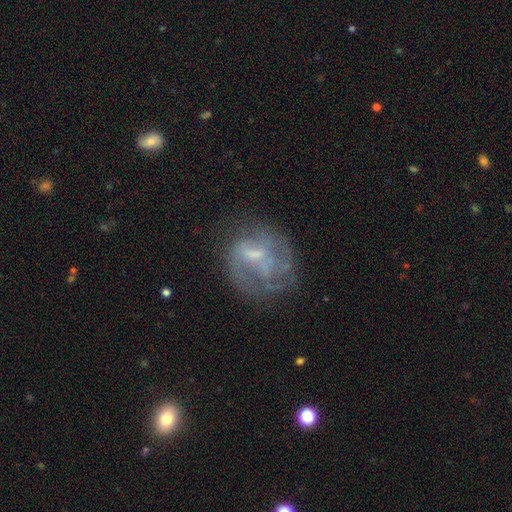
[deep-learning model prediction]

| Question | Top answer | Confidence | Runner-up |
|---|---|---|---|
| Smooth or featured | featured or disk | 65% | smooth (25%) |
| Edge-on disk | no | 97% | yes (3%) |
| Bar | weak | 46% | no (42%) |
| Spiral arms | yes | 57% | no (43%) |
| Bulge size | small | 40% | none (29%) |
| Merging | none | 53% | major disturbance (23%) |